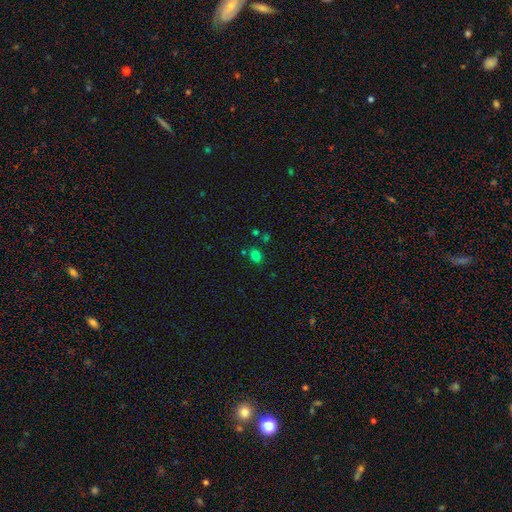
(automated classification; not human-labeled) Overall: smooth (77%). How rounded: in between (53%; round 46%). Merging: none (77%).